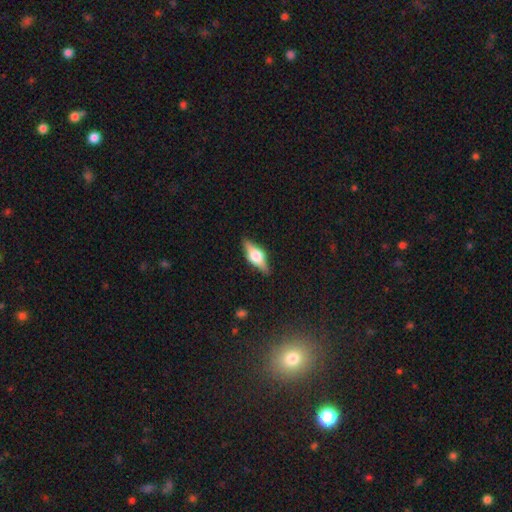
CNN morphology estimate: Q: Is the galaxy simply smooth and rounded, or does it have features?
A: featured or disk — 61%.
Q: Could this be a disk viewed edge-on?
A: yes — 95%.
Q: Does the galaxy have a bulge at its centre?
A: rounded — 92%.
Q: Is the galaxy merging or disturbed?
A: none — 86%.